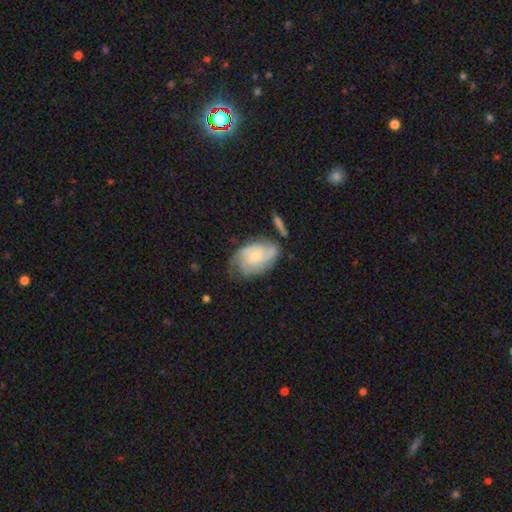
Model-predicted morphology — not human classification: Smooth or featured?
  - featured or disk: 75% *
  - smooth: 19%
  - star or artifact: 6%
Edge-on disk?
  - no: 97% *
  - yes: 3%
Bar?
  - no: 67% *
  - weak: 29%
  - strong: 4%
Spiral arms?
  - yes: 93% *
  - no: 7%
Spiral winding?
  - tight: 50% *
  - medium: 38%
  - loose: 12%
Spiral arm count?
  - 2: 29% *
  - can't tell: 28%
  - 3: 26%
  - 4: 8%
  - 1: 5%
  - more than 4: 4%
Bulge size?
  - small: 57% *
  - moderate: 35%
  - none: 4%
  - large: 3%
  - dominant: 1%
Merging?
  - none: 57% *
  - minor disturbance: 25%
  - major disturbance: 12%
  - merger: 6%